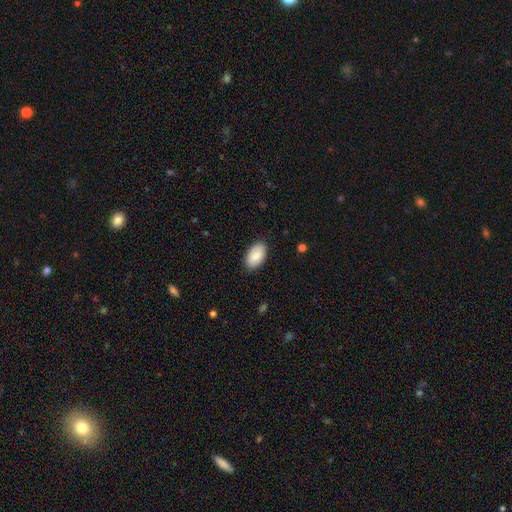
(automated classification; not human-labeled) A smooth galaxy with no disk features (83%) that is in between round and cigar-shaped (94%).

Vote fractions:
- Smooth or featured? smooth: 83% / featured or disk: 11% / star or artifact: 6%
- How rounded? in between: 94% / round: 5% / cigar-shaped: 1%
- Merging? none: 84% / minor disturbance: 12% / major disturbance: 2% / merger: 1%